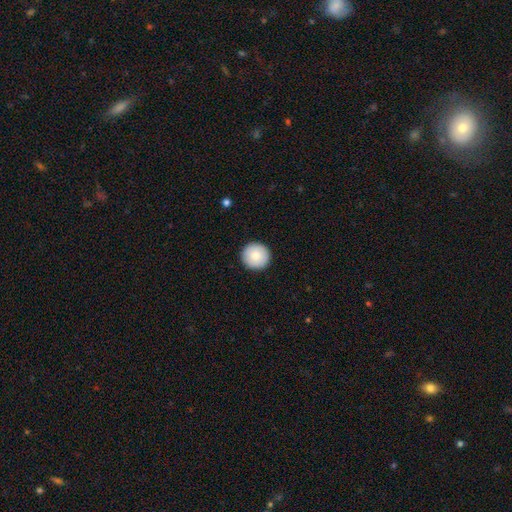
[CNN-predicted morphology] Smooth or featured? Predicted: smooth (p=0.82). How rounded? Predicted: round (p=0.96). Merging? Predicted: none (p=0.92).